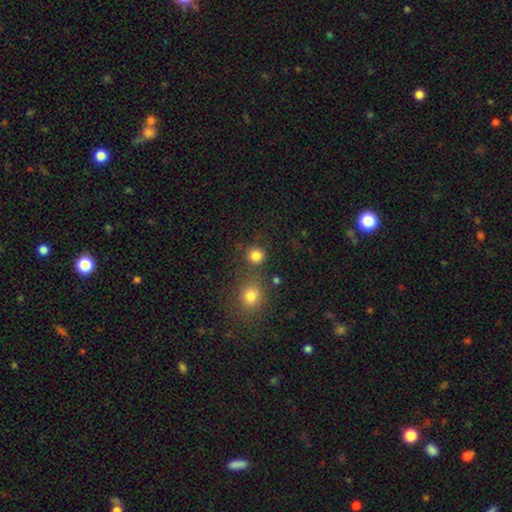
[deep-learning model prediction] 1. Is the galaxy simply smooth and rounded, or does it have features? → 82% smooth, 13% star or artifact, 5% featured or disk.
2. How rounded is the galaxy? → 92% round, 7% in between, 1% cigar-shaped.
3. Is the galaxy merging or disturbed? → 76% none, 12% merger, 8% minor disturbance, 4% major disturbance.